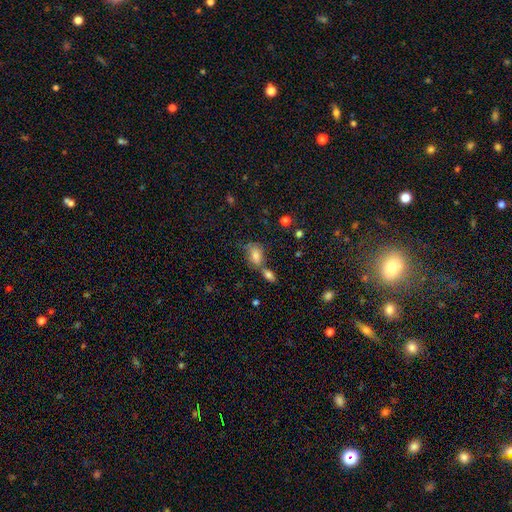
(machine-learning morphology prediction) This is likely a smooth galaxy (75%). How rounded: clearly in between (83%). Merging: marginally none (40%).